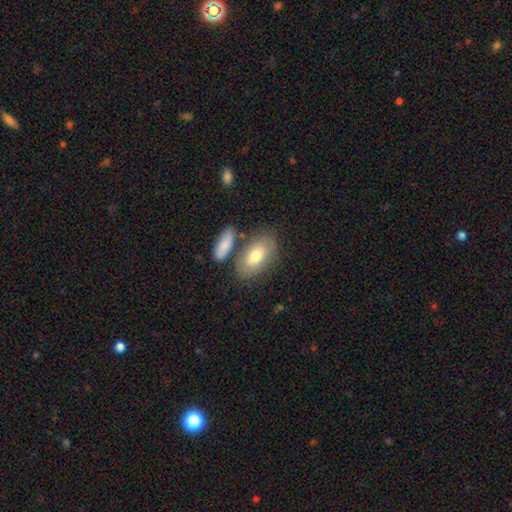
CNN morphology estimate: This appears to be a smooth galaxy with no disk features (71%) that is in between round and cigar-shaped (90%). Merging: none (65%).